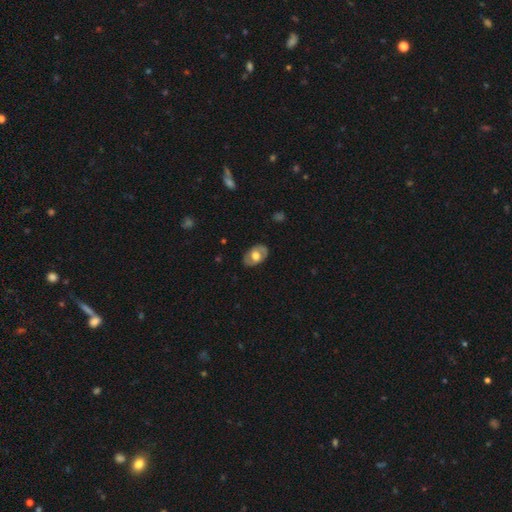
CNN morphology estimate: smooth-or-featured: featured or disk: 50% | smooth: 44% | star or artifact: 6%
  merging: none: 82% | minor disturbance: 14% | major disturbance: 4% | merger: 1%